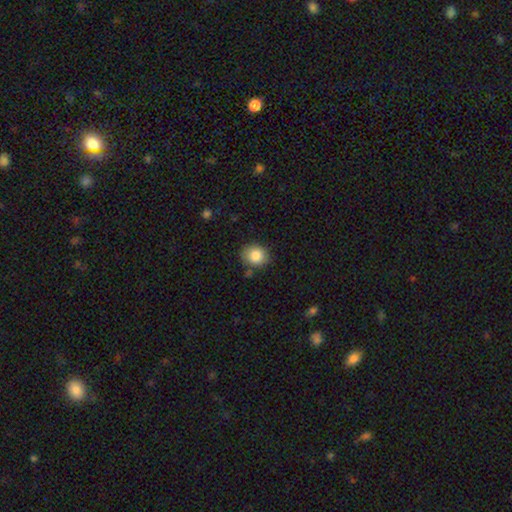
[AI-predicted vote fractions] Morphology: type=smooth (84%); roundness=round (66%); merging=none (81%).